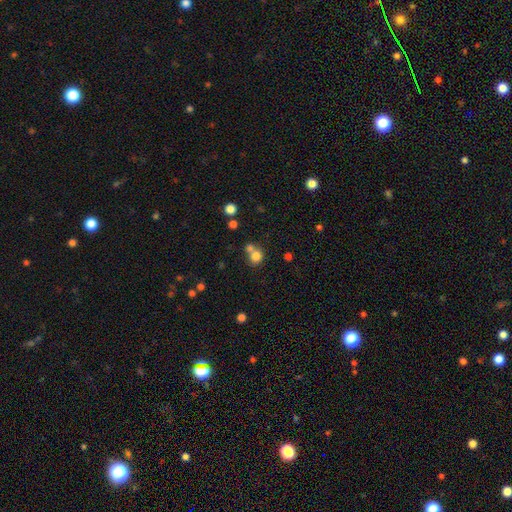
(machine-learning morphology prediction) The model was most divided on "merging": none: 45%, merger: 43%, minor disturbance: 8%, major disturbance: 4%. More confident: how rounded — round (80%); smooth or featured — smooth (79%).